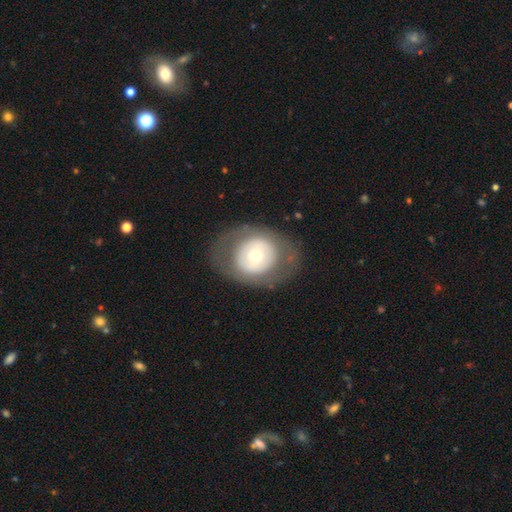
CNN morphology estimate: Overall: featured or disk (47%; smooth 46%). Merging: none (76%).